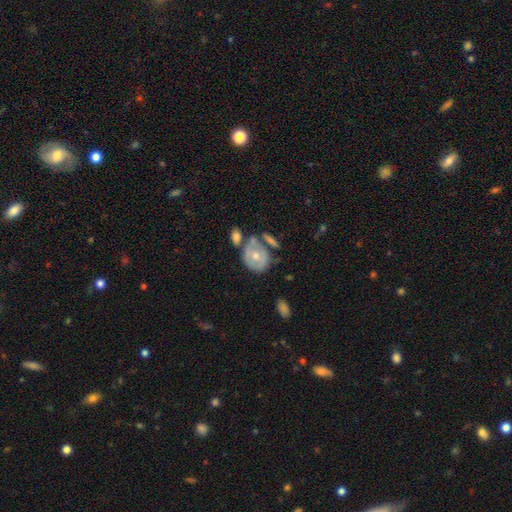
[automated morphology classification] This appears to be a smooth galaxy with no disk features (51%) that is round (61%). Merging: none (44%).